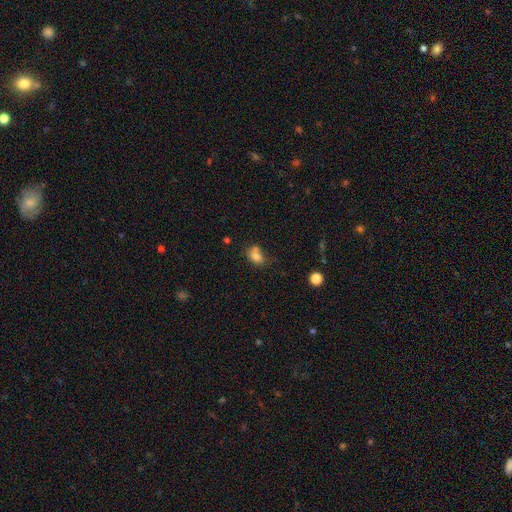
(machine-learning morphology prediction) This is likely a smooth galaxy (77%). How rounded: likely in between (68%). Merging: marginally none (39%).